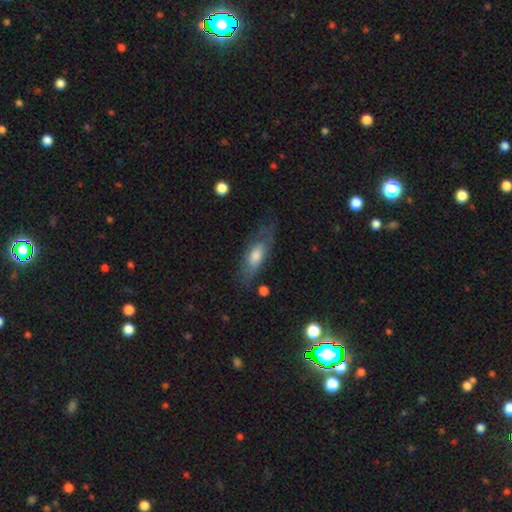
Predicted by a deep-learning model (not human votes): smooth-or-featured: smooth: 55% | featured or disk: 38% | star or artifact: 8%
  how-rounded: in between: 66% | cigar-shaped: 31% | round: 3%
  merging: none: 68% | minor disturbance: 21% | major disturbance: 9% | merger: 2%